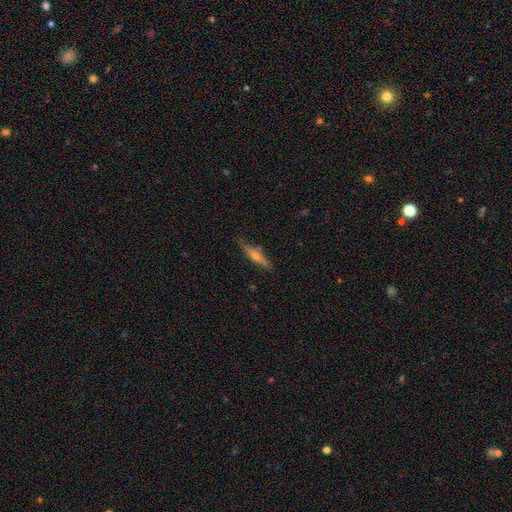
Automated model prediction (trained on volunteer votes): Overall: featured or disk (63%; smooth 31%). Edge-on disk: yes (95%). Edge-on bulge: rounded (89%). Merging: none (81%).